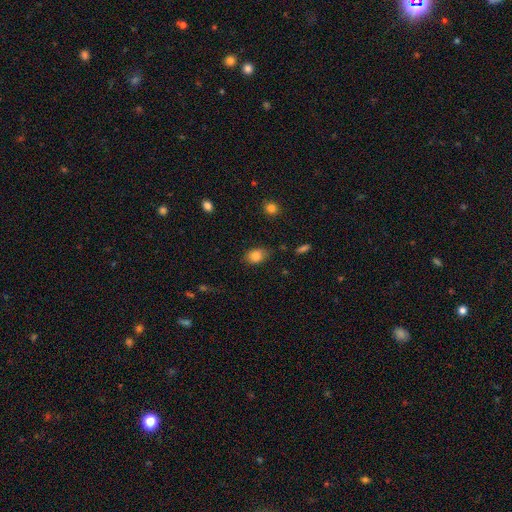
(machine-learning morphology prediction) Overall: smooth (84%). How rounded: in between (77%). Merging: none (77%).